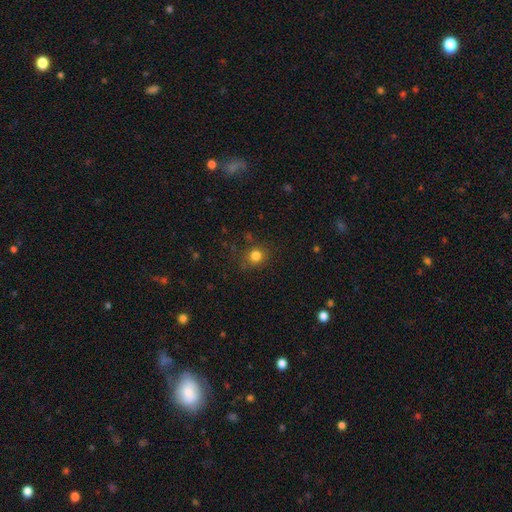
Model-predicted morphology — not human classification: Smooth or featured?
  - smooth: 80% *
  - star or artifact: 14%
  - featured or disk: 6%
How rounded?
  - round: 87% *
  - in between: 12%
  - cigar-shaped: 1%
Merging?
  - none: 81% *
  - minor disturbance: 12%
  - major disturbance: 4%
  - merger: 2%